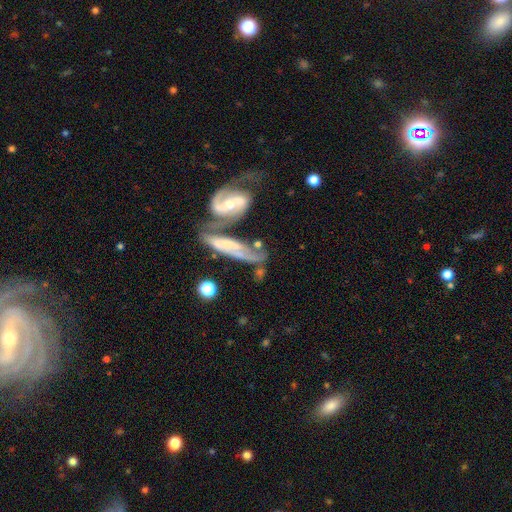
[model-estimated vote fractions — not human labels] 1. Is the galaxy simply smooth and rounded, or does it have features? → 72% featured or disk, 21% smooth, 7% star or artifact.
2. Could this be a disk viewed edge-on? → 79% no, 21% yes.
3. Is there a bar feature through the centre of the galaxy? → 37% weak, 34% no, 29% strong.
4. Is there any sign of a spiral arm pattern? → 86% yes, 14% no.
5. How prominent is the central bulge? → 50% small, 37% moderate, 8% none, 4% large, 2% dominant.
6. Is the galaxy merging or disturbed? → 44% merger, 29% none, 15% minor disturbance, 12% major disturbance.